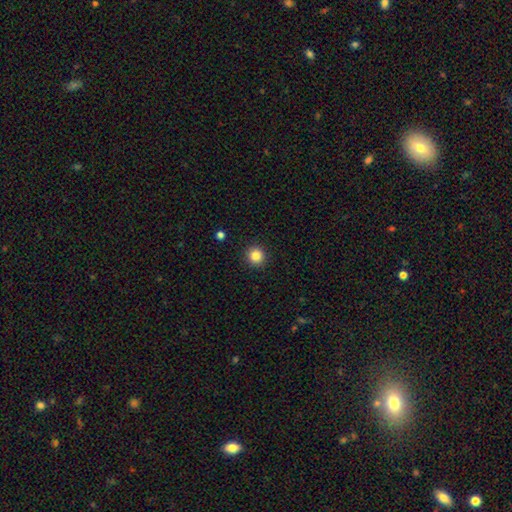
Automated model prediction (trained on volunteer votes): Overall: smooth (84%). How rounded: round (94%). Merging: none (93%).